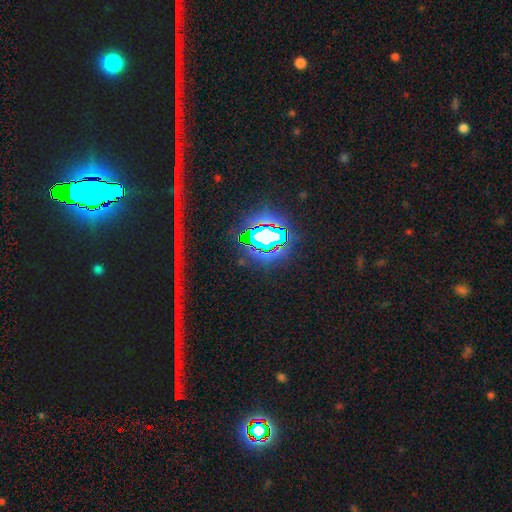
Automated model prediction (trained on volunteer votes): Smooth or featured? Predicted: star or artifact (p=0.83).